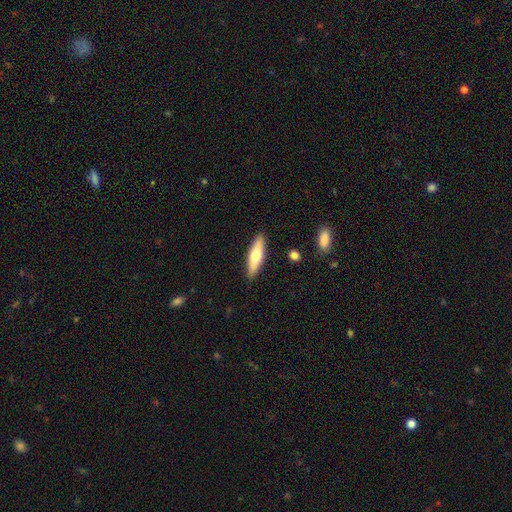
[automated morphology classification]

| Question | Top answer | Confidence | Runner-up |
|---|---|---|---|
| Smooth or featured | smooth | 62% | featured or disk (32%) |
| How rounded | cigar-shaped | 63% | in between (35%) |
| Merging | none | 88% | minor disturbance (8%) |